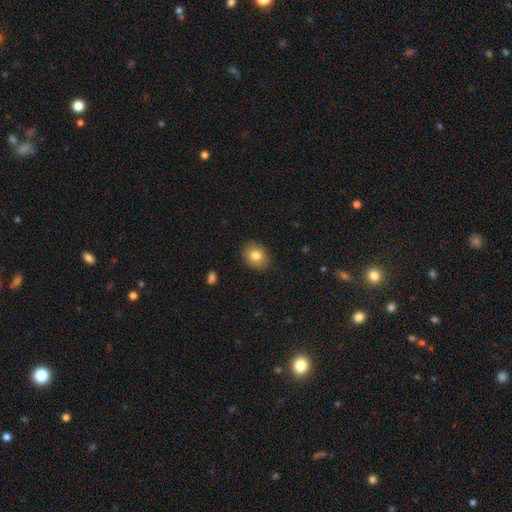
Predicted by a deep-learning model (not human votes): Smooth or featured?
  - smooth: 82% *
  - featured or disk: 9%
  - star or artifact: 9%
How rounded?
  - round: 54% *
  - in between: 45%
  - cigar-shaped: 1%
Merging?
  - none: 87% *
  - minor disturbance: 10%
  - major disturbance: 2%
  - merger: 1%